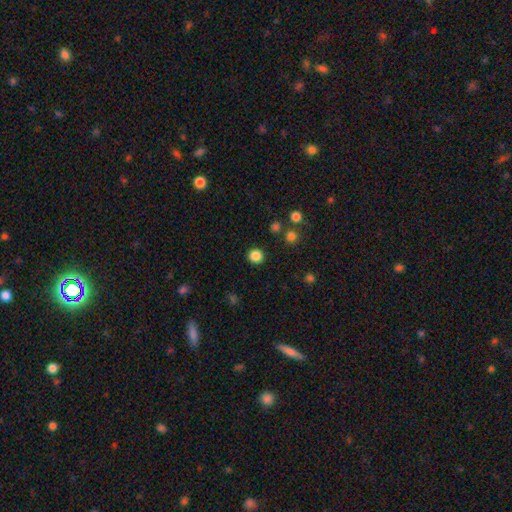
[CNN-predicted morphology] This is clearly a smooth galaxy (85%). How rounded: clearly round (92%). Merging: clearly none (91%).